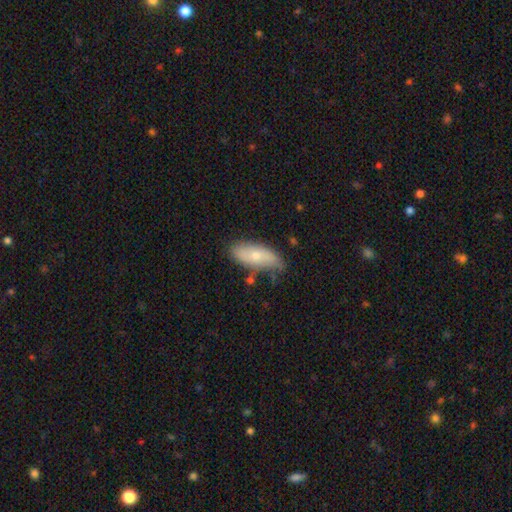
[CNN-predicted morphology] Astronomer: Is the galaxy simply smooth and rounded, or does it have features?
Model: smooth — 65%.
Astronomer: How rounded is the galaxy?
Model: in between — 75%.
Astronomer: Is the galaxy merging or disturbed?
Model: none — 66%.